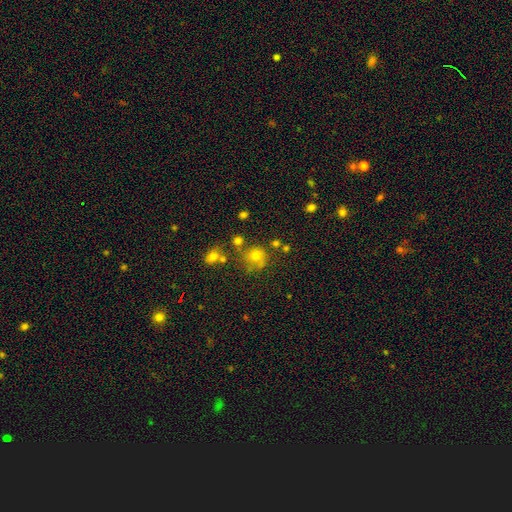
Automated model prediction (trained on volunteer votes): This is likely a smooth galaxy (68%). How rounded: clearly round (83%). Merging: possibly none (60%).